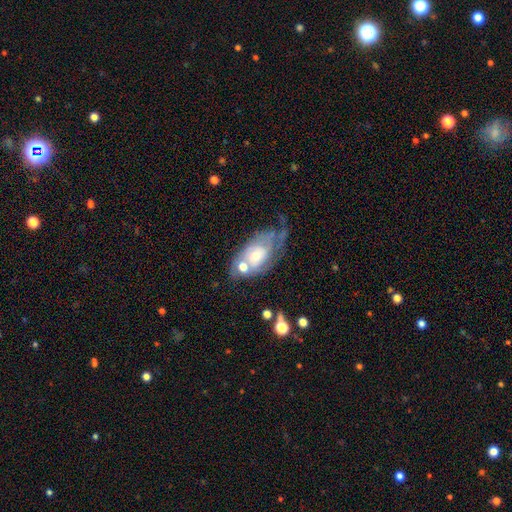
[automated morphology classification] featured or disk 61%, smooth 31%, star or artifact 8%. Down the decision tree: edge-on disk — no (94%); bar — no (75%); spiral arms — yes (69%); bulge size — moderate (45%); merging — major disturbance (31%).